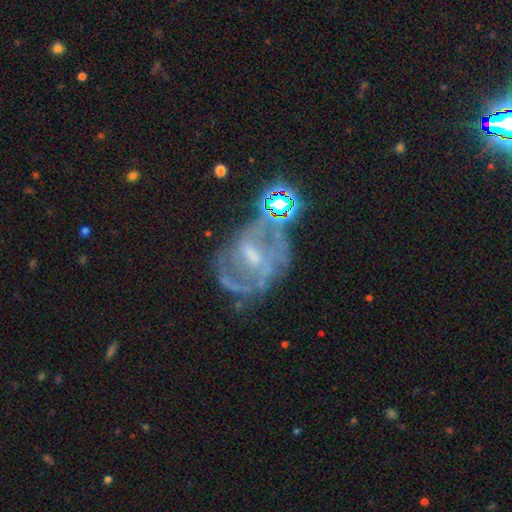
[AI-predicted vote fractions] featured or disk 72%, star or artifact 16%, smooth 11%. Down the decision tree: edge-on disk — no (96%); bar — weak (49%); spiral arms — yes (74%); spiral arm count — 2 (36%, tied with can't tell); spiral winding — medium (44%); bulge size — small (55%); merging — none (48%).